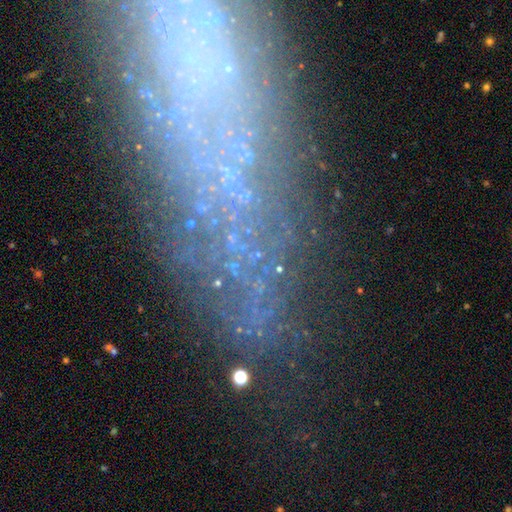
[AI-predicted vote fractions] Smooth or featured?
  - star or artifact: 46% *
  - featured or disk: 38%
  - smooth: 16%